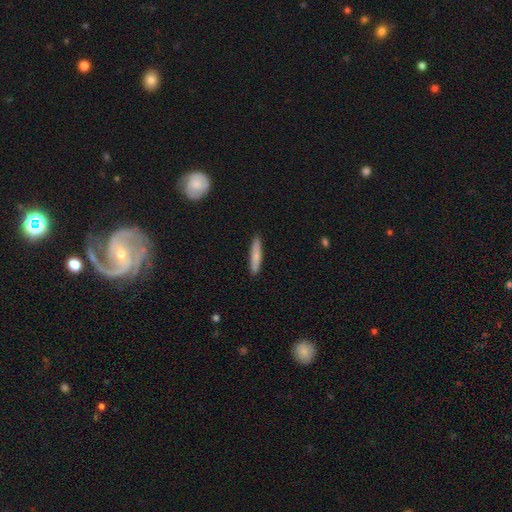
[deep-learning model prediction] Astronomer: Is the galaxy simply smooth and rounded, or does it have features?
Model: smooth — 71%.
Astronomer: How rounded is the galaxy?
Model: cigar-shaped — 92%.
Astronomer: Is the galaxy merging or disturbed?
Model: none — 89%.